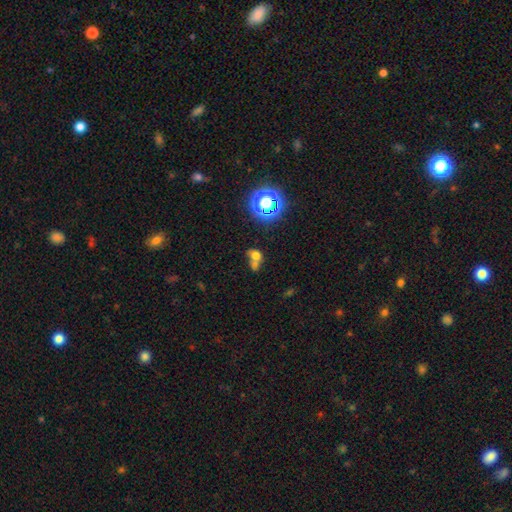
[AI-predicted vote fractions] This is likely a smooth galaxy (63%). How rounded: possibly round (54%). Merging: possibly merger (57%).